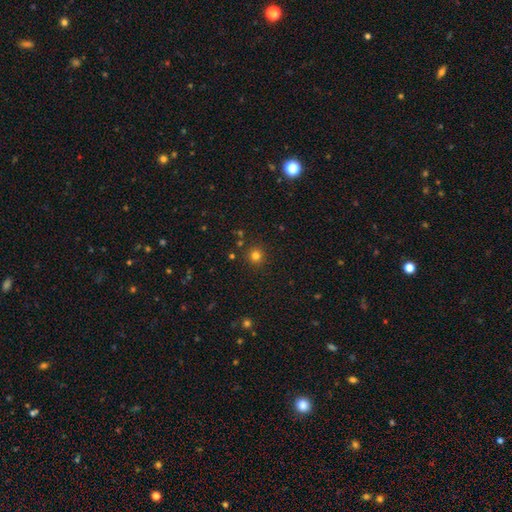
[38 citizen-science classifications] This is clearly a smooth galaxy (92%). How rounded: clearly round (100%). Merging: clearly none (92%).